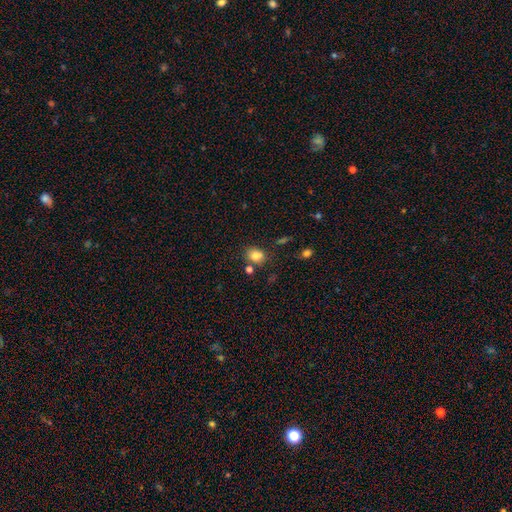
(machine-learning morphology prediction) Smooth or featured? smooth (82%)
How rounded? round (55%)
Merging? none (72%)